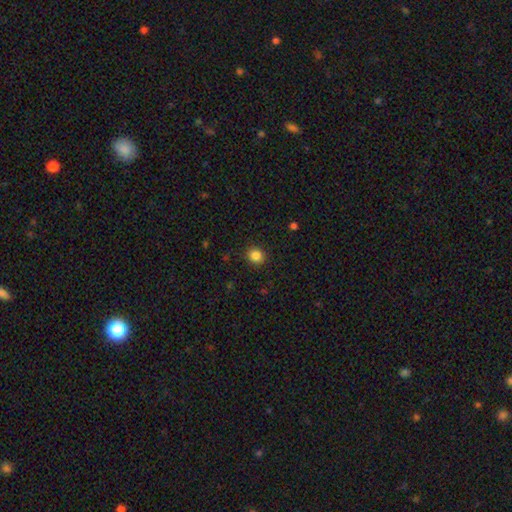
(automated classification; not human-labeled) The model was most divided on "how rounded": round: 81%, in between: 18%, cigar-shaped: 1%. More confident: merging — none (90%); smooth or featured — smooth (85%).